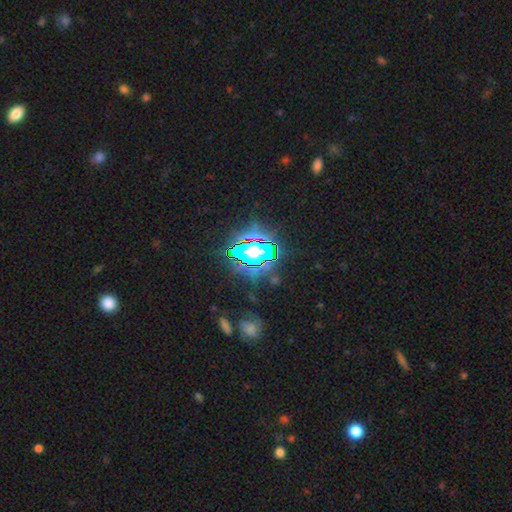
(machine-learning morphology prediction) The model was most divided on "smooth or featured": star or artifact: 78%, smooth: 13%, featured or disk: 10%.